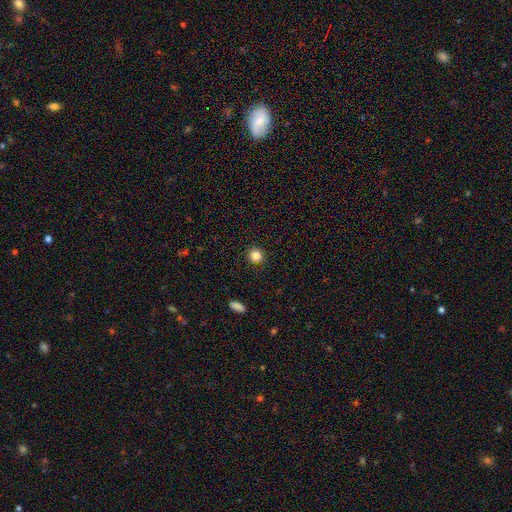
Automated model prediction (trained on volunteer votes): Smooth or featured? Predicted: smooth (p=0.85). How rounded? Predicted: round (p=0.92). Merging? Predicted: none (p=0.91).